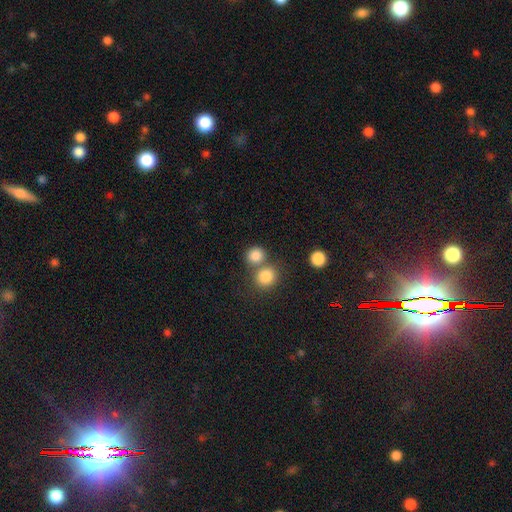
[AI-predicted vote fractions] smooth-or-featured: smooth: 84% | star or artifact: 11% | featured or disk: 5%
  how-rounded: round: 79% | in between: 20% | cigar-shaped: 1%
  merging: none: 53% | merger: 36% | minor disturbance: 7% | major disturbance: 3%